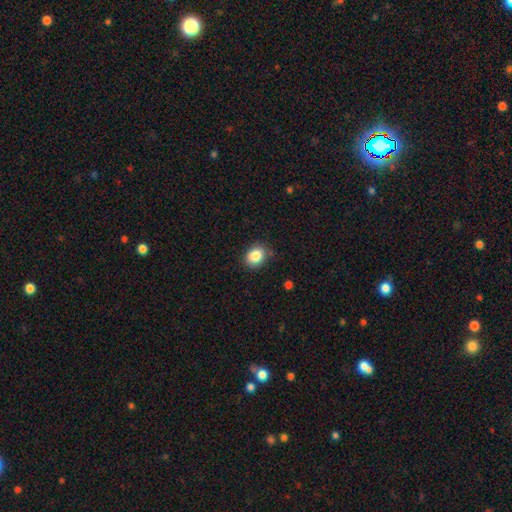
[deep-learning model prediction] This appears to be a smooth galaxy with no disk features (85%) that is round (51%). Merging: none (78%).